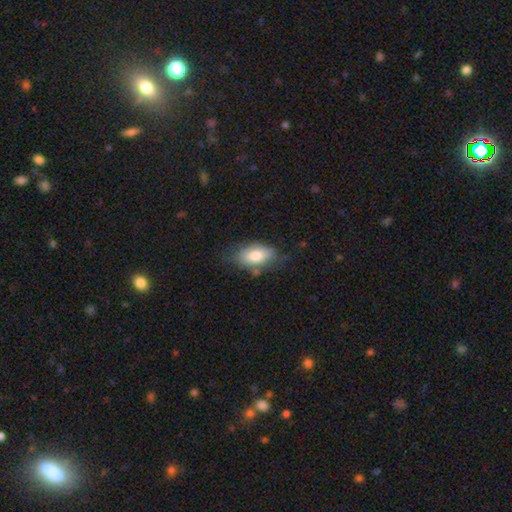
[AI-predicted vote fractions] Morphology: type=smooth (77%); roundness=in between (91%); merging=none (65%).